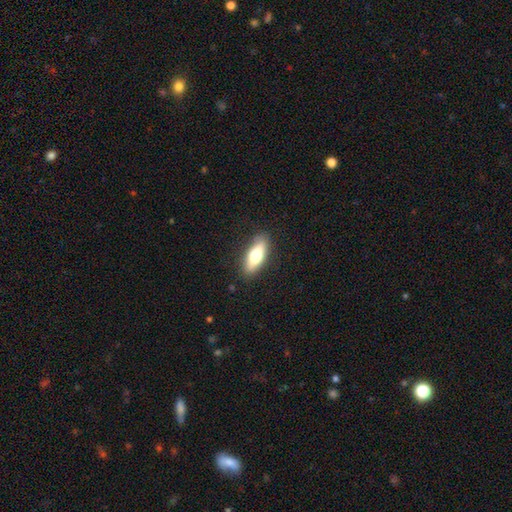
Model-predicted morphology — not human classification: The model was most divided on "how rounded": in between: 63%, cigar-shaped: 34%, round: 3%. More confident: merging — none (87%); smooth or featured — smooth (67%).